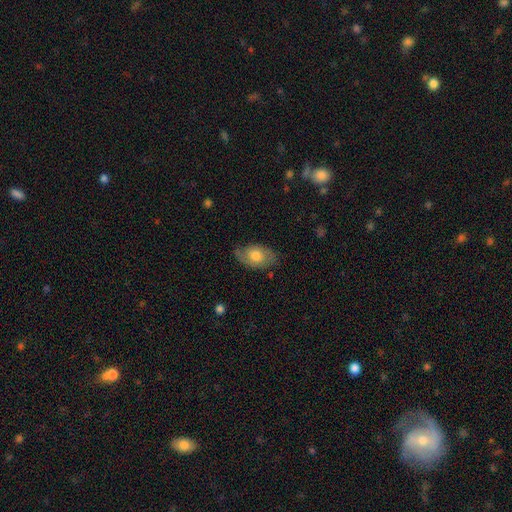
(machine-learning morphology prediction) This appears to be a smooth galaxy with no disk features (47%). Merging: none (68%).